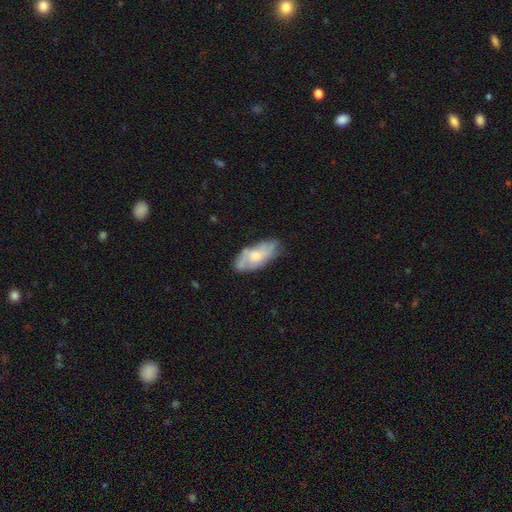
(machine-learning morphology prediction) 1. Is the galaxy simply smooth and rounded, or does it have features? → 49% featured or disk, 45% smooth, 6% star or artifact.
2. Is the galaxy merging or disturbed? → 62% none, 28% minor disturbance, 8% major disturbance, 2% merger.